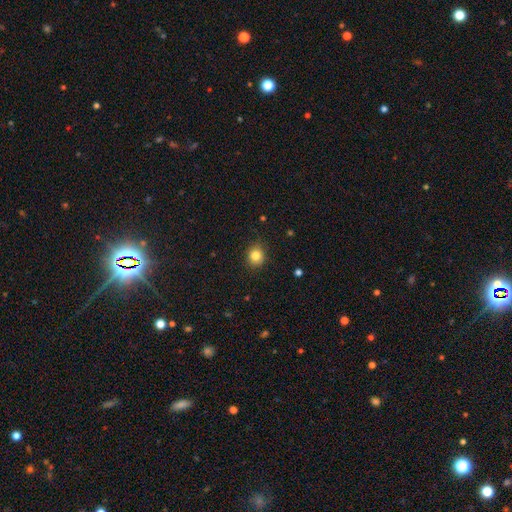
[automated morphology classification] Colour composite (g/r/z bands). It shows a smooth galaxy with no disk features (84%) that is round (78%). Merging: none (85%).